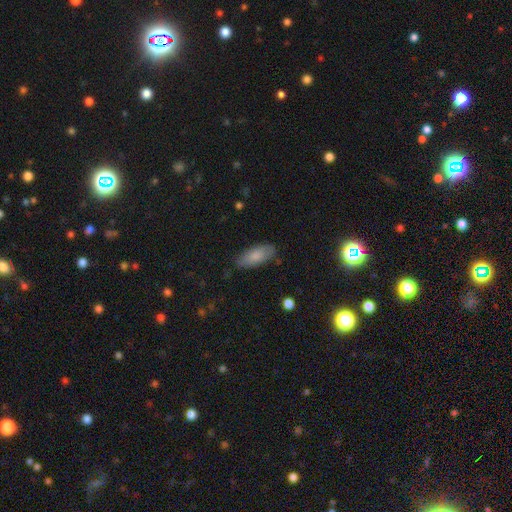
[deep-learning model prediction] Smooth or featured?
  - smooth: 82% *
  - featured or disk: 11%
  - star or artifact: 6%
How rounded?
  - in between: 80% *
  - cigar-shaped: 18%
  - round: 2%
Merging?
  - none: 81% *
  - minor disturbance: 15%
  - major disturbance: 3%
  - merger: 1%